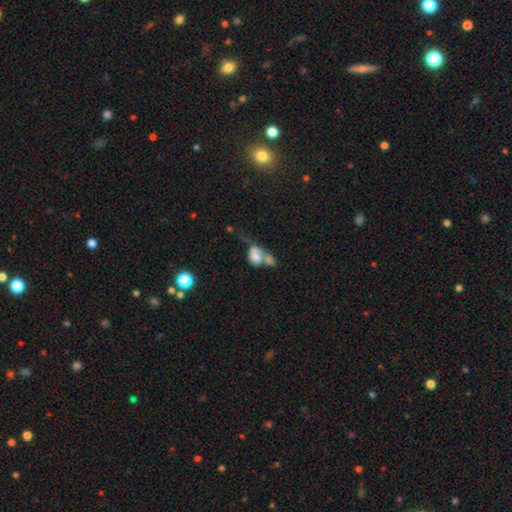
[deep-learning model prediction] smooth-or-featured: smooth: 65% | featured or disk: 25% | star or artifact: 11%
  how-rounded: in between: 67% | round: 30% | cigar-shaped: 2%
  merging: merger: 66% | major disturbance: 13% | none: 13% | minor disturbance: 9%